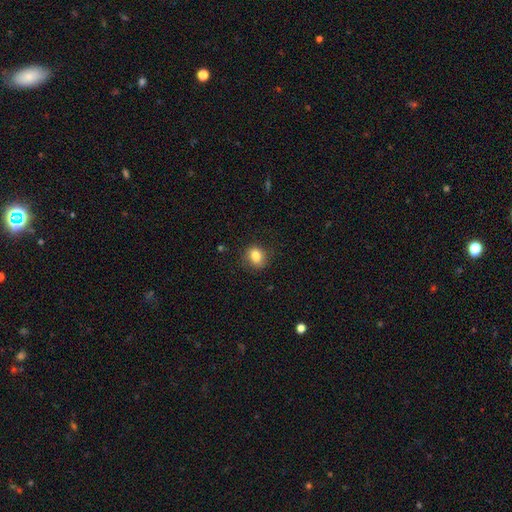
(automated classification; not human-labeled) This appears to be a smooth galaxy with no disk features (83%) that is round (57%). Merging: none (83%).